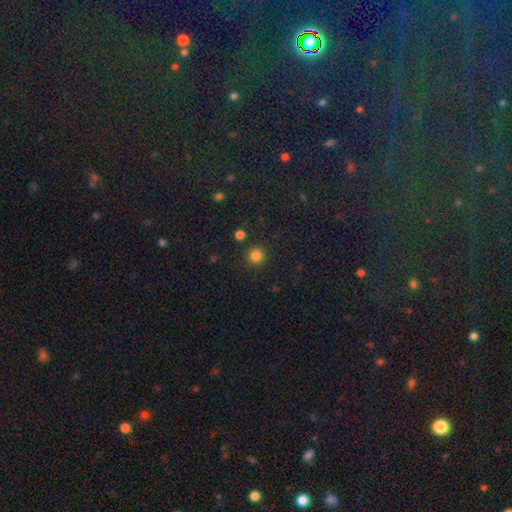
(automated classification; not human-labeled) Smooth or featured?
  - smooth: 83% *
  - star or artifact: 13%
  - featured or disk: 4%
How rounded?
  - round: 95% *
  - in between: 4%
  - cigar-shaped: 1%
Merging?
  - none: 90% *
  - minor disturbance: 6%
  - merger: 3%
  - major disturbance: 2%